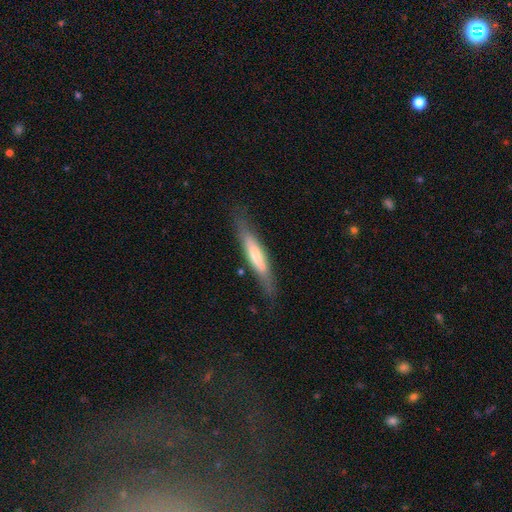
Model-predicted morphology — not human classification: smooth_or_featured: featured or disk (p=0.50) [alt: smooth p=0.42]
merging: none (p=0.76) [alt: minor disturbance p=0.18]